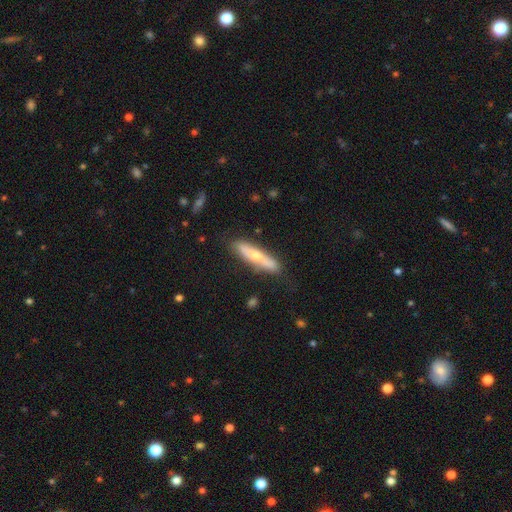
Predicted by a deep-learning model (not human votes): smooth-or-featured: featured or disk: 51% | smooth: 43% | star or artifact: 6%
  disk-edge-on: yes: 70% | no: 30%
  merging: none: 79% | minor disturbance: 15% | major disturbance: 3% | merger: 3%